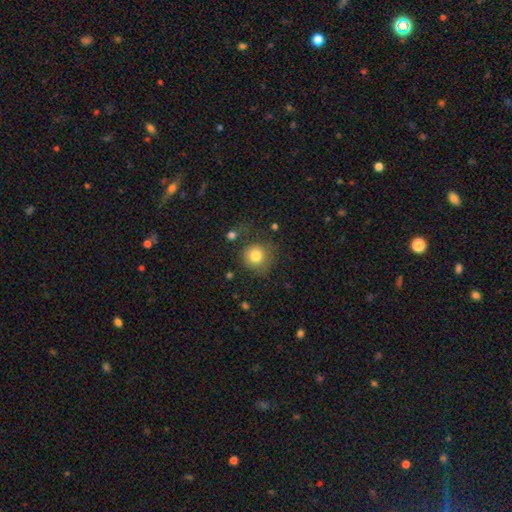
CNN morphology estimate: smooth 81%, star or artifact 11%, featured or disk 8%. Down the decision tree: how rounded — round (90%); merging — none (70%).